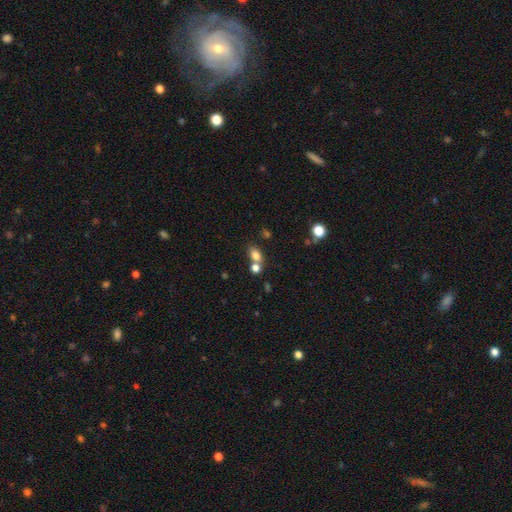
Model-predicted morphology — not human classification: smooth-or-featured: smooth: 78% | star or artifact: 12% | featured or disk: 9%
  how-rounded: in between: 74% | round: 24% | cigar-shaped: 2%
  merging: none: 49% | merger: 37% | minor disturbance: 10% | major disturbance: 4%